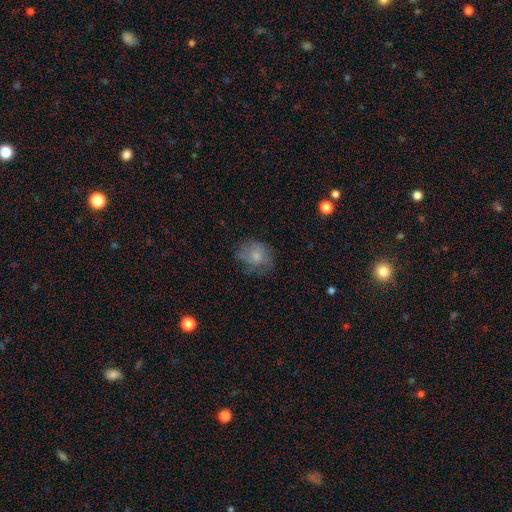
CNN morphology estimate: Smooth or featured: smooth — 70% (featured or disk — 21%)
How rounded: round — 58% (in between — 41%)
Merging: none — 53% (minor disturbance — 28%)